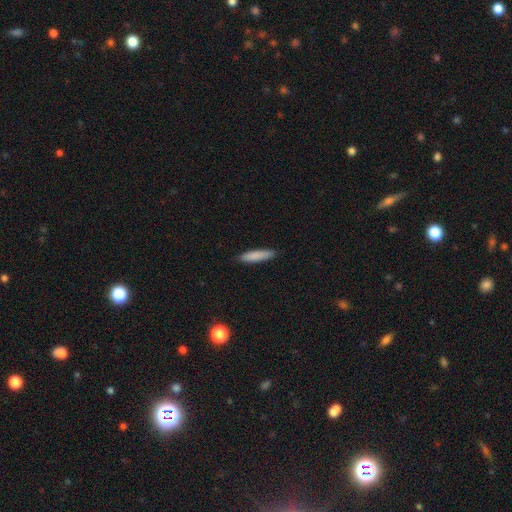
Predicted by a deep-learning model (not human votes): smooth-or-featured: smooth: 85% | featured or disk: 9% | star or artifact: 6%
  how-rounded: cigar-shaped: 79% | in between: 19% | round: 1%
  merging: none: 87% | minor disturbance: 10% | major disturbance: 2% | merger: 1%